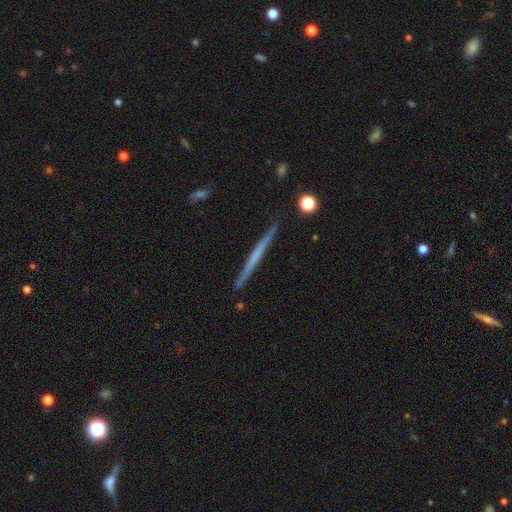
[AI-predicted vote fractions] Smooth or featured? Predicted: featured or disk (p=0.57). Edge-on disk? Predicted: yes (p=0.98). Edge-on bulge? Predicted: none (p=0.87). Merging? Predicted: none (p=0.89).